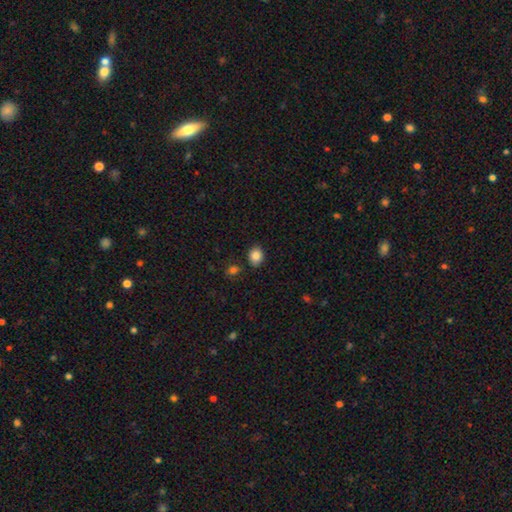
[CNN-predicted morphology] smooth-or-featured: smooth: 86% | star or artifact: 9% | featured or disk: 5%
  how-rounded: round: 53% | in between: 46% | cigar-shaped: 1%
  merging: none: 84% | minor disturbance: 10% | merger: 4% | major disturbance: 2%